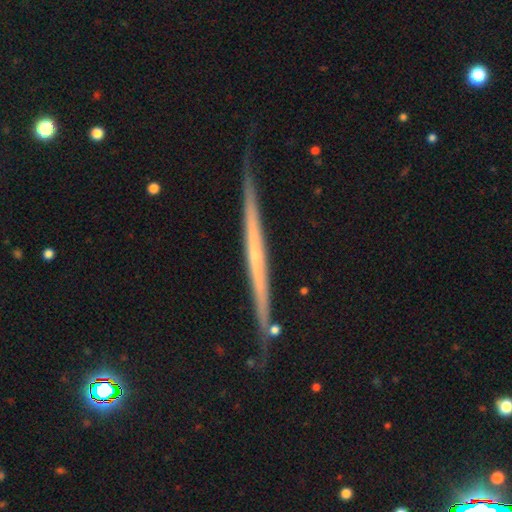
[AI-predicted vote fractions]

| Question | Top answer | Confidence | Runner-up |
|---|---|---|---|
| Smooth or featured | featured or disk | 73% | smooth (21%) |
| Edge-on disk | yes | 97% | no (3%) |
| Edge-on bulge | none | 79% | rounded (17%) |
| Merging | none | 84% | minor disturbance (12%) |